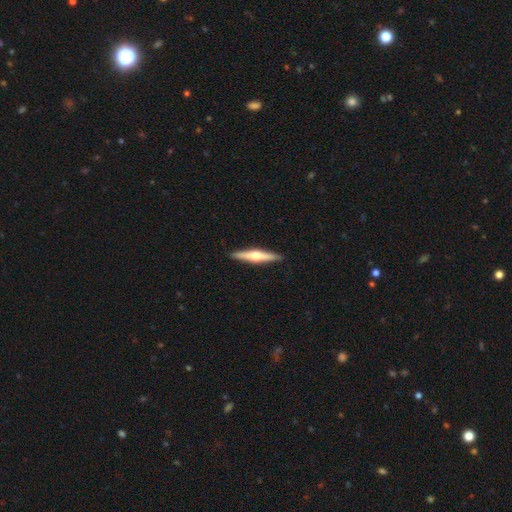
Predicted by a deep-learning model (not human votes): smooth_or_featured: featured or disk (p=0.65) [alt: smooth p=0.30]
disk_edge_on: yes (p=0.98) [alt: no p=0.02]
edge_on_bulge: rounded (p=0.90) [alt: boxy p=0.05]
merging: none (p=0.92) [alt: minor disturbance p=0.06]